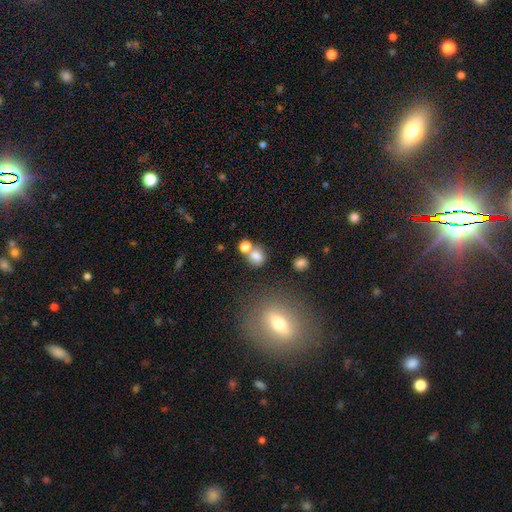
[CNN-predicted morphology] A smooth galaxy with no disk features (76%) that is round (72%). Merging: none (50%).